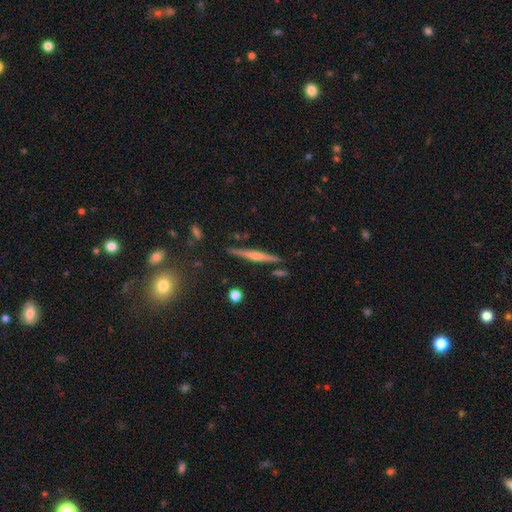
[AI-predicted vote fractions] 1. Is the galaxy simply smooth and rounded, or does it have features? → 72% featured or disk, 18% smooth, 9% star or artifact.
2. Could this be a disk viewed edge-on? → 97% yes, 3% no.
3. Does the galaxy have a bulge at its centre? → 77% rounded, 15% none, 8% boxy.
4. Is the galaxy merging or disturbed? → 85% none, 10% minor disturbance, 3% merger, 2% major disturbance.